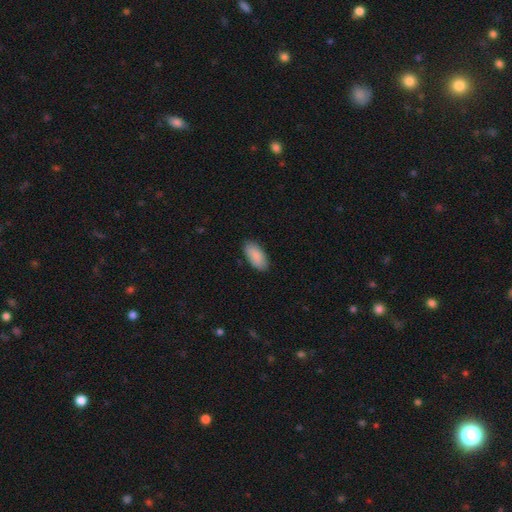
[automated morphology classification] This is clearly a smooth galaxy (89%). How rounded: clearly in between (91%). Merging: clearly none (85%).